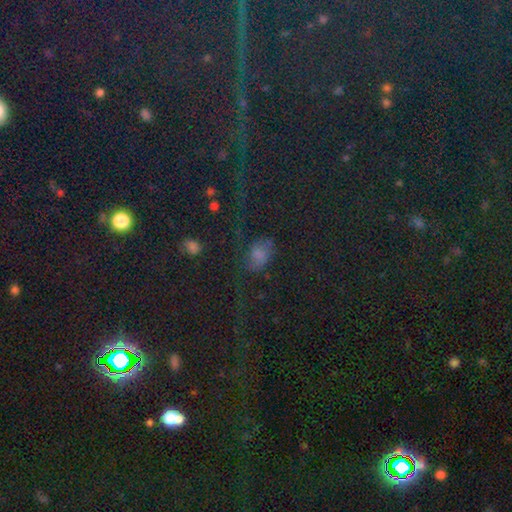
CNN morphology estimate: This is possibly a smooth galaxy (58%). How rounded: clearly in between (81%). Merging: possibly none (55%).